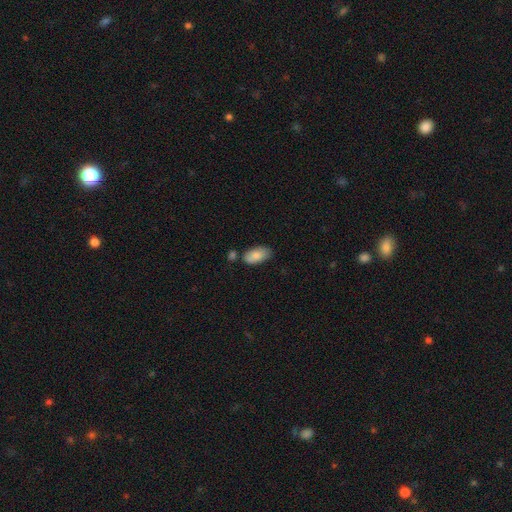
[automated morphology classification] Smooth or featured?
  - smooth: 84% *
  - featured or disk: 10%
  - star or artifact: 6%
How rounded?
  - in between: 94% *
  - cigar-shaped: 3%
  - round: 3%
Merging?
  - none: 69% *
  - minor disturbance: 19%
  - merger: 9%
  - major disturbance: 4%